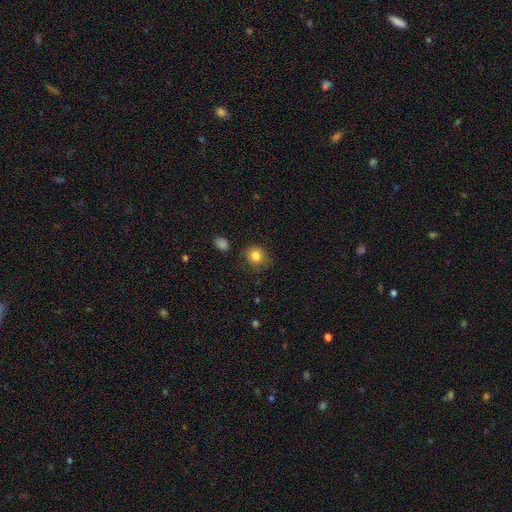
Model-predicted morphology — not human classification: smooth 84%, star or artifact 11%, featured or disk 6%. Down the decision tree: how rounded — round (84%); merging — none (82%).